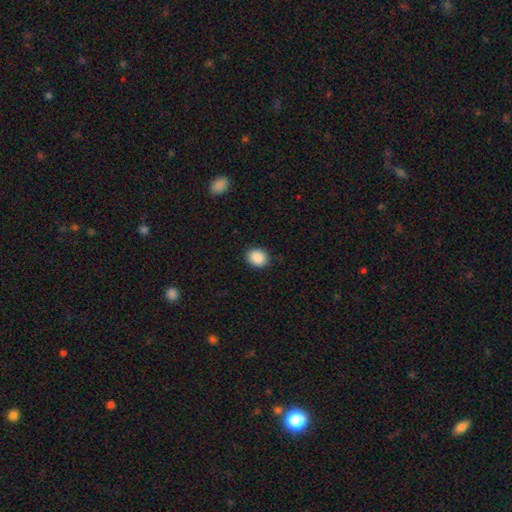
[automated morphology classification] smooth-or-featured: smooth: 89% | star or artifact: 8% | featured or disk: 3%
  how-rounded: round: 59% | in between: 41% | cigar-shaped: 1%
  merging: none: 88% | minor disturbance: 9% | major disturbance: 2% | merger: 1%